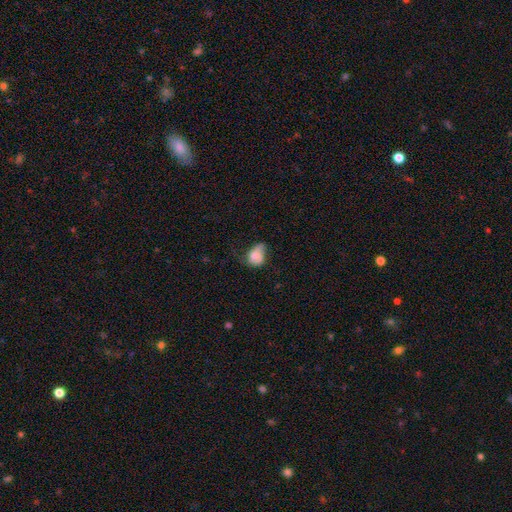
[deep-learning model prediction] Smooth or featured?
  - smooth: 67% *
  - featured or disk: 25%
  - star or artifact: 9%
How rounded?
  - in between: 72% *
  - round: 26%
  - cigar-shaped: 1%
Merging?
  - minor disturbance: 39% *
  - major disturbance: 29%
  - none: 28%
  - merger: 4%